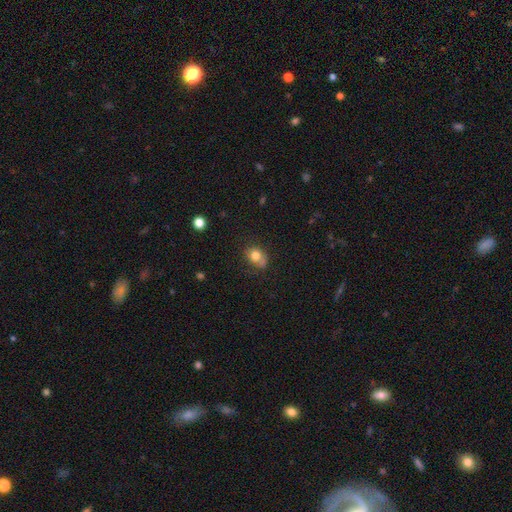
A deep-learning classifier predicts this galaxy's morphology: smooth-or-featured: smooth: 76% | featured or disk: 13% | star or artifact: 11%
  how-rounded: round: 50% | in between: 49% | cigar-shaped: 1%
  merging: none: 57% | minor disturbance: 28% | major disturbance: 8% | merger: 7%